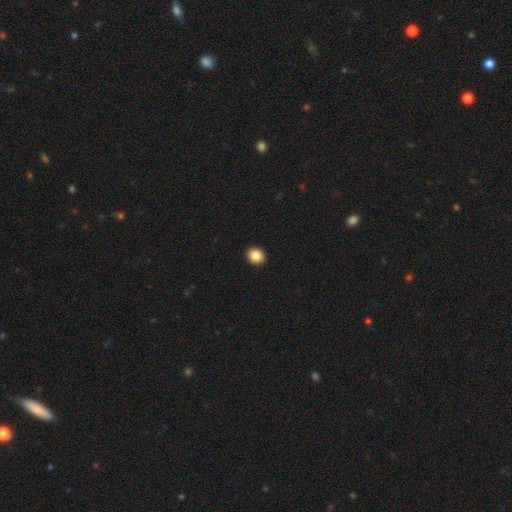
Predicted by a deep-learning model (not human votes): Overall: smooth (87%). How rounded: round (75%). Merging: none (93%).